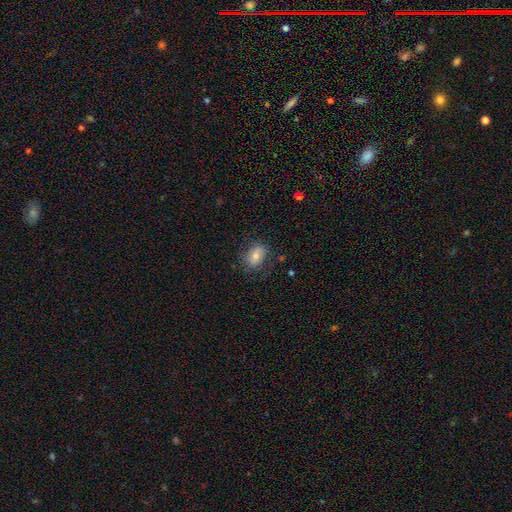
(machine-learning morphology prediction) smooth_or_featured: smooth (p=0.65) [alt: featured or disk p=0.26]
how_rounded: in between (p=0.75) [alt: round p=0.24]
merging: none (p=0.73) [alt: minor disturbance p=0.18]